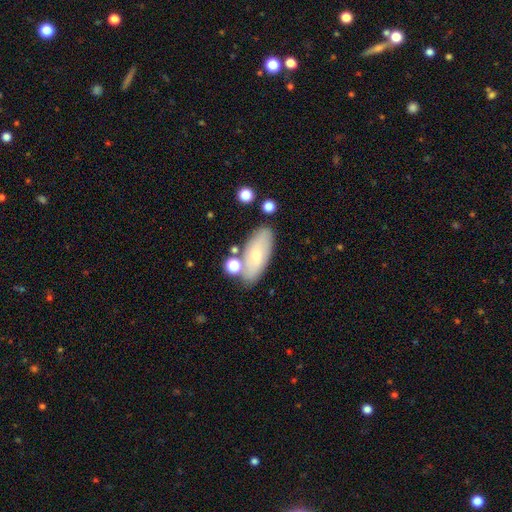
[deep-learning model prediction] smooth-or-featured: smooth: 66% | featured or disk: 26% | star or artifact: 8%
  how-rounded: in between: 83% | cigar-shaped: 13% | round: 3%
  merging: none: 69% | minor disturbance: 16% | merger: 10% | major disturbance: 4%